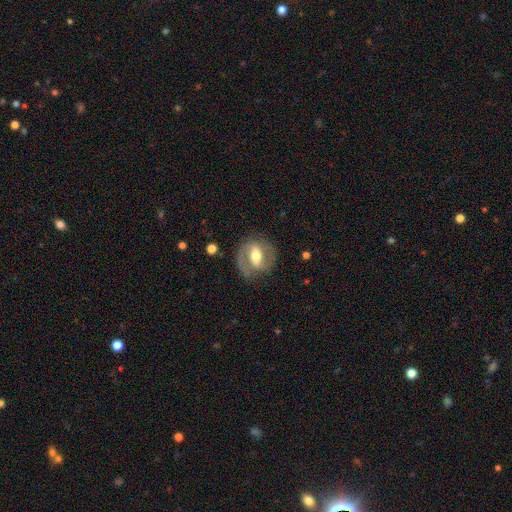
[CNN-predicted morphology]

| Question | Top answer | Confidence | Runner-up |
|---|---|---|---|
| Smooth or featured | featured or disk | 81% | smooth (14%) |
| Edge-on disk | no | 96% | yes (4%) |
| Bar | strong | 45% | weak (38%) |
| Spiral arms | yes | 89% | no (11%) |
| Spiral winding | medium | 51% | tight (34%) |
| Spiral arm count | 2 | 85% | 1 (6%) |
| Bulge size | moderate | 68% | small (17%) |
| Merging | none | 79% | minor disturbance (13%) |